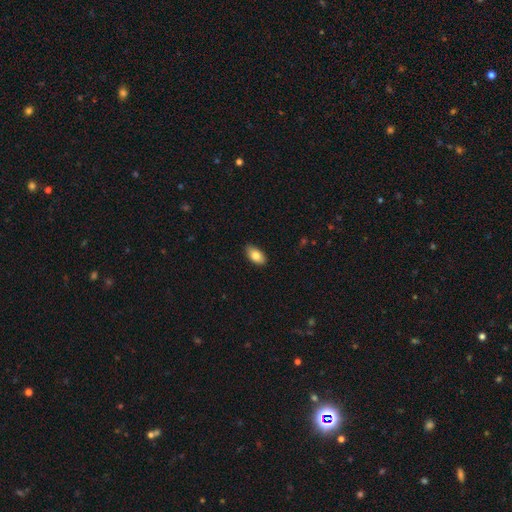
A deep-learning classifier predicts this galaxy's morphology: This is clearly a smooth galaxy (82%). How rounded: clearly in between (93%). Merging: clearly none (85%).